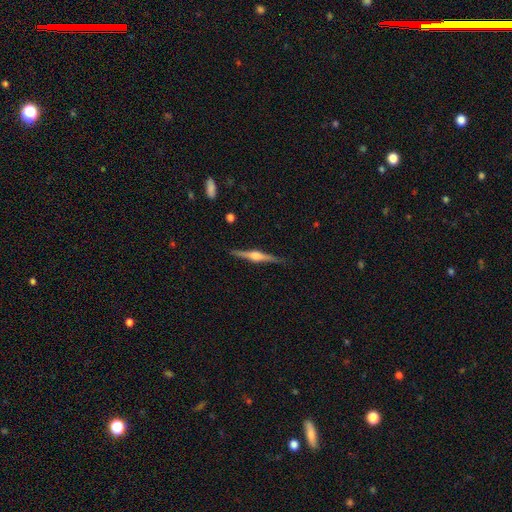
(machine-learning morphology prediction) Smooth or featured? featured or disk (81%)
Edge-on disk? yes (98%)
Edge-on bulge? rounded (89%)
Merging? none (89%)